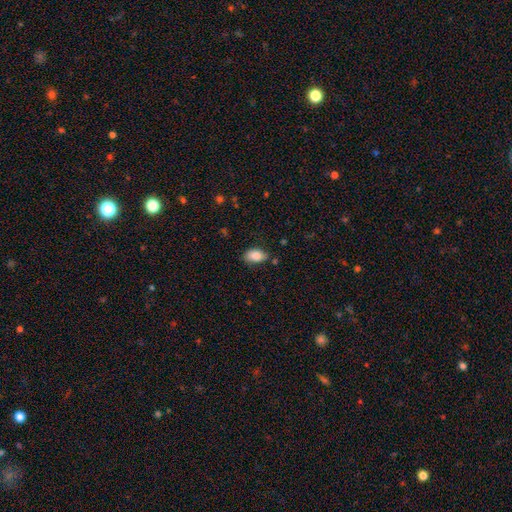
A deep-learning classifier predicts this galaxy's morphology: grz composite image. It shows a smooth galaxy with no disk features (86%) that is in between round and cigar-shaped (92%). Merging: none (75%).